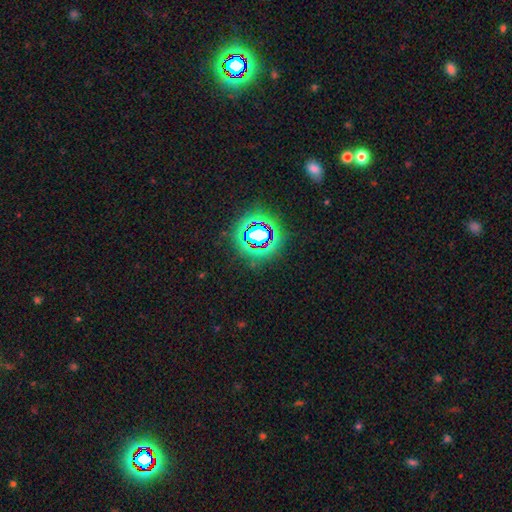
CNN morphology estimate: Smooth or featured? star or artifact (79%)